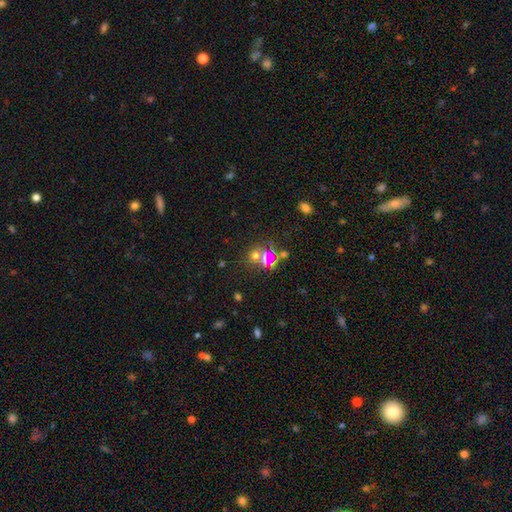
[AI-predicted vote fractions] Morphology: type=star or artifact (46%).